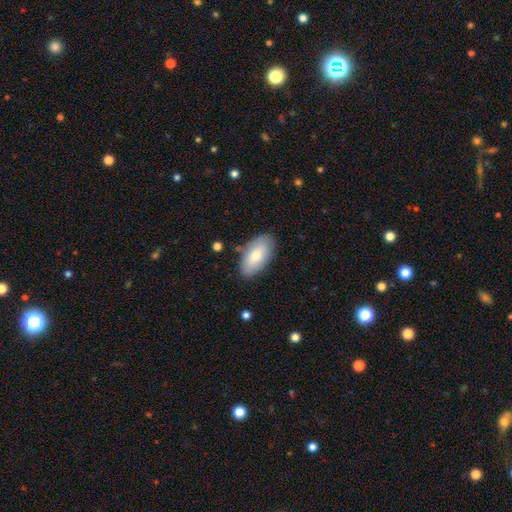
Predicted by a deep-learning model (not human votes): smooth-or-featured: smooth: 76% | featured or disk: 18% | star or artifact: 6%
  how-rounded: in between: 94% | cigar-shaped: 4% | round: 2%
  merging: none: 81% | minor disturbance: 14% | major disturbance: 3% | merger: 2%